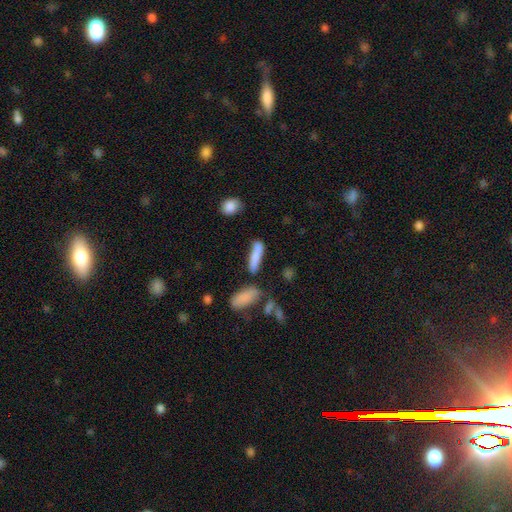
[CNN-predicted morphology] smooth 78%, featured or disk 15%, star or artifact 7%. Down the decision tree: how rounded — cigar-shaped (76%); merging — none (69%).